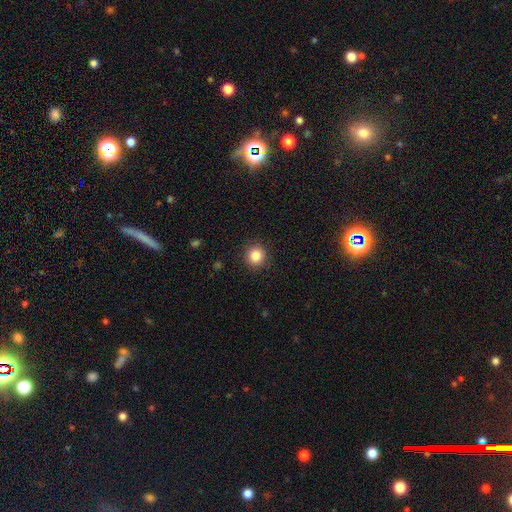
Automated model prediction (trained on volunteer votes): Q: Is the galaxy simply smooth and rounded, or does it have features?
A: smooth — 85%.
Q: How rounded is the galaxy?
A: round — 91%.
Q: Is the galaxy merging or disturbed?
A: none — 90%.